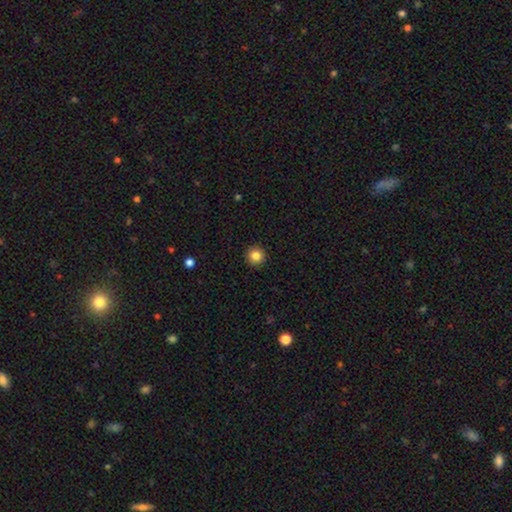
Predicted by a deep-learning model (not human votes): Smooth or featured?
  - smooth: 84% *
  - star or artifact: 11%
  - featured or disk: 6%
How rounded?
  - round: 95% *
  - in between: 4%
  - cigar-shaped: 1%
Merging?
  - none: 93% *
  - minor disturbance: 5%
  - major disturbance: 2%
  - merger: 1%